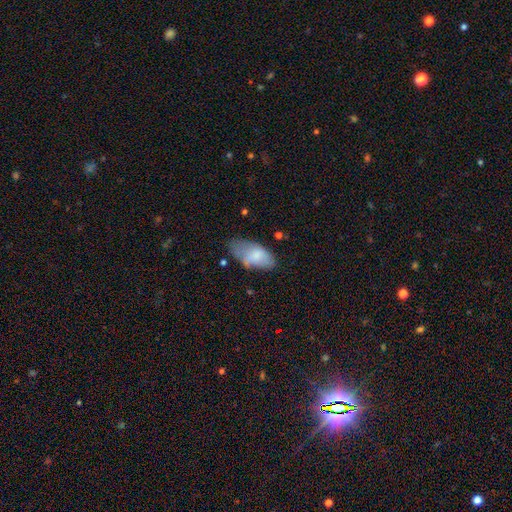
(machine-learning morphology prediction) smooth 75%, featured or disk 18%, star or artifact 7%. Down the decision tree: how rounded — in between (94%); merging — none (39%).